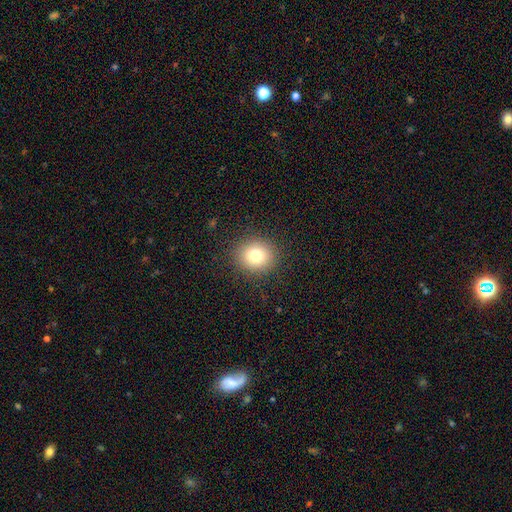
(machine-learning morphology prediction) A smooth galaxy with no disk features (78%) that is round (79%). Merging: none (89%).